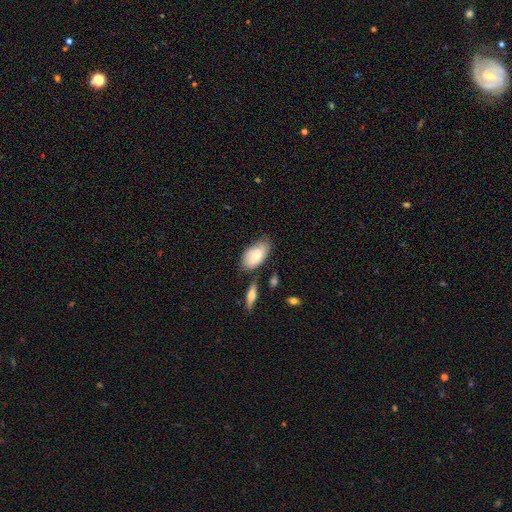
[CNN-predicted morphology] smooth_or_featured: smooth (p=0.70) [alt: featured or disk p=0.23]
how_rounded: in between (p=0.93) [alt: round p=0.04]
merging: none (p=0.63) [alt: minor disturbance p=0.24]